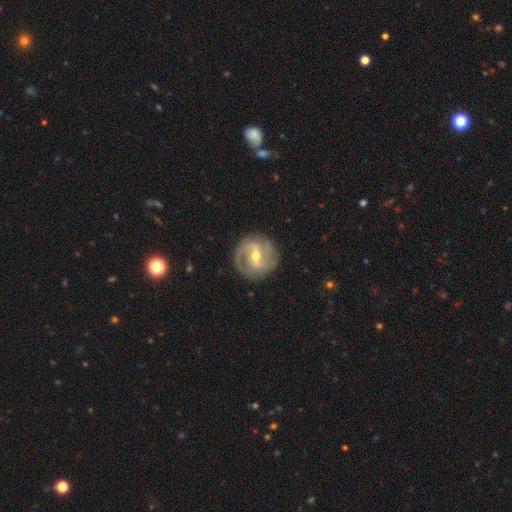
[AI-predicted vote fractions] Smooth or featured? featured or disk (82%)
Edge-on disk? no (97%)
Bar? weak (47%)
Spiral arms? yes (91%)
Spiral winding? medium (45%)
Spiral arm count? 2 (76%)
Bulge size? moderate (62%)
Merging? none (84%)